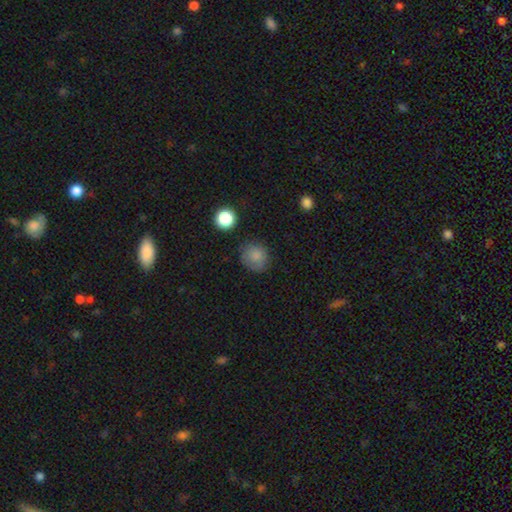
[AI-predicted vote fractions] Smooth or featured: smooth — 83% (star or artifact — 10%)
How rounded: round — 84% (in between — 15%)
Merging: none — 74% (minor disturbance — 18%)